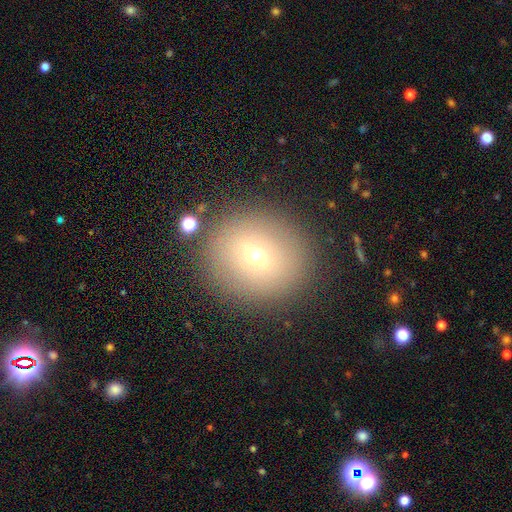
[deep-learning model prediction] This is likely a smooth galaxy (65%). How rounded: clearly round (84%). Merging: clearly none (85%).